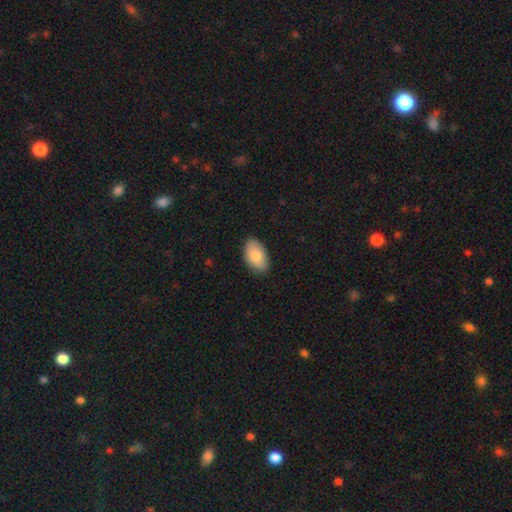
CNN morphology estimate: smooth_or_featured: smooth (p=0.83) [alt: featured or disk p=0.11]
how_rounded: in between (p=0.94) [alt: round p=0.05]
merging: none (p=0.85) [alt: minor disturbance p=0.12]